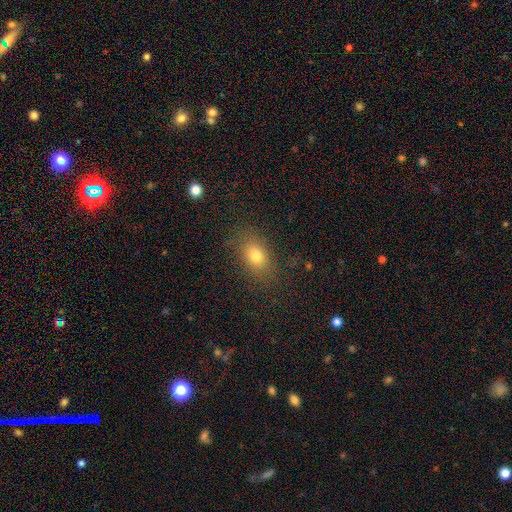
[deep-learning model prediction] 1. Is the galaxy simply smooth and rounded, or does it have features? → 77% smooth, 12% star or artifact, 11% featured or disk.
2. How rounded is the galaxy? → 75% in between, 22% round, 2% cigar-shaped.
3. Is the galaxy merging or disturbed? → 81% none, 13% minor disturbance, 5% major disturbance, 1% merger.